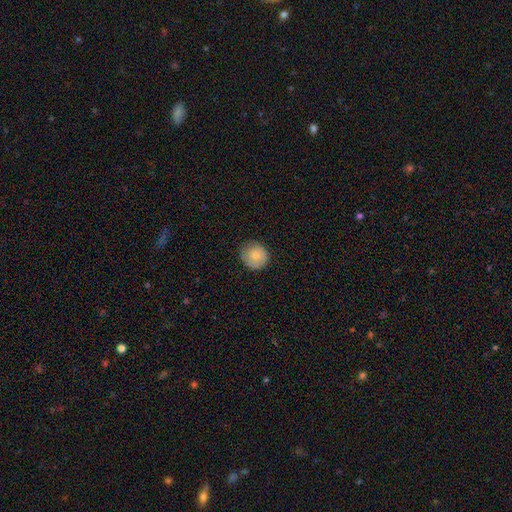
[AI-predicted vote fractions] The model was most divided on "smooth or featured": smooth: 76%, featured or disk: 16%, star or artifact: 7%. More confident: how rounded — round (90%); merging — none (79%).